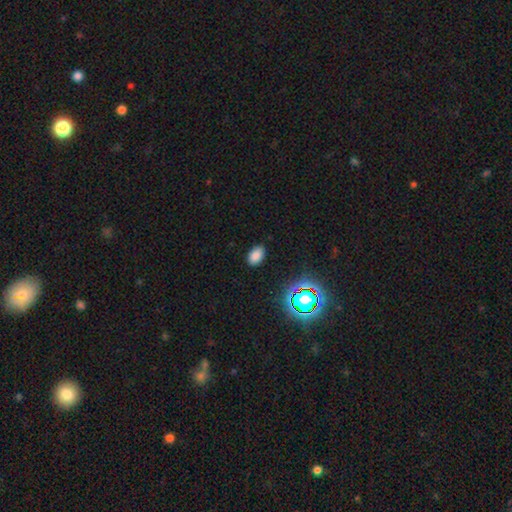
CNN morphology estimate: smooth_or_featured: smooth (p=0.79) [alt: star or artifact p=0.16]
how_rounded: in between (p=0.91) [alt: round p=0.07]
merging: none (p=0.87) [alt: minor disturbance p=0.09]